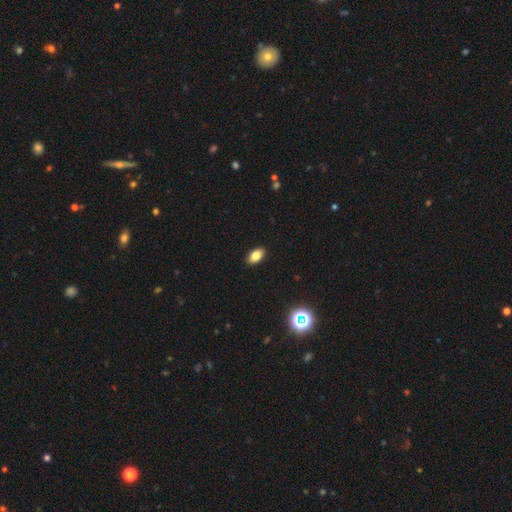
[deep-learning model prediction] This is clearly a smooth galaxy (82%). How rounded: clearly in between (92%). Merging: clearly none (90%).